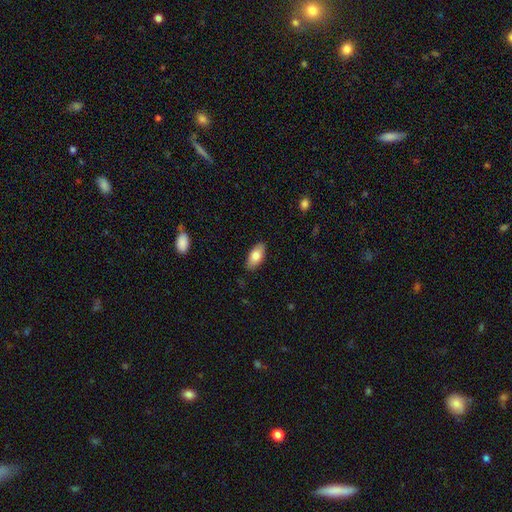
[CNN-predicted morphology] type=smooth (80%); roundness=in between (90%); merging=none (87%).